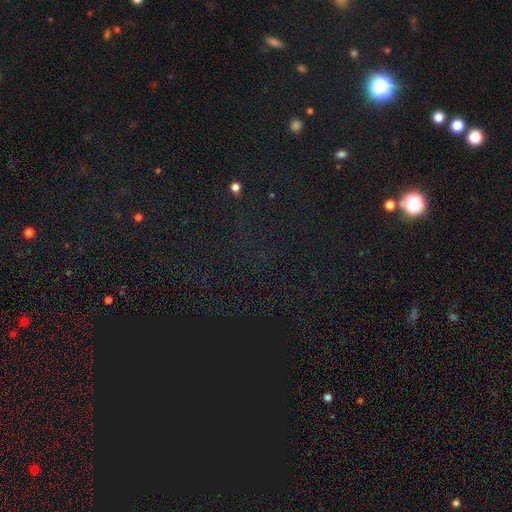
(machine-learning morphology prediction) Smooth or featured: star or artifact — 77% (smooth — 16%)